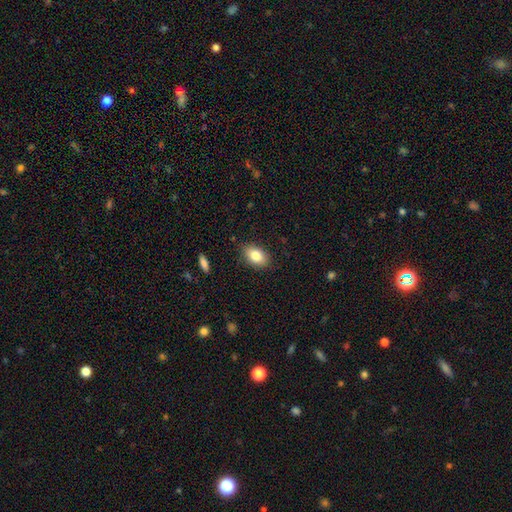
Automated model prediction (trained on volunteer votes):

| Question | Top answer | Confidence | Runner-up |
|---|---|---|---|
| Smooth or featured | smooth | 83% | featured or disk (9%) |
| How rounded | in between | 87% | round (11%) |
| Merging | none | 85% | minor disturbance (11%) |